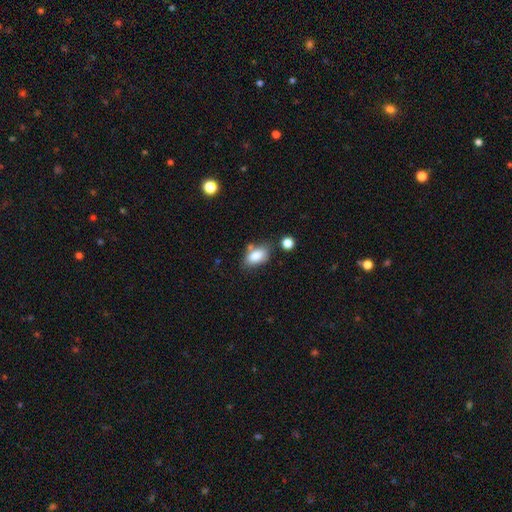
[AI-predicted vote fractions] smooth 83%, featured or disk 9%, star or artifact 8%. Down the decision tree: how rounded — in between (89%); merging — none (63%).